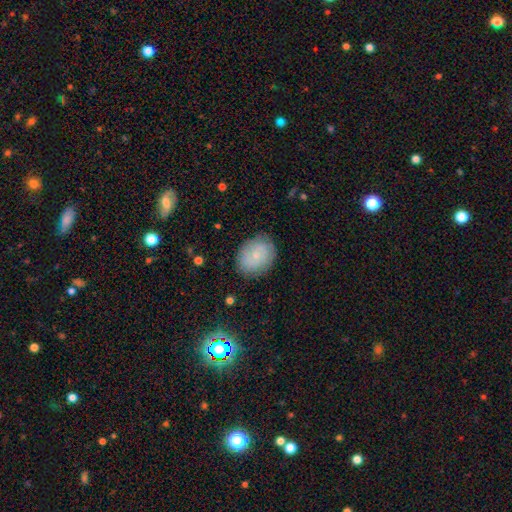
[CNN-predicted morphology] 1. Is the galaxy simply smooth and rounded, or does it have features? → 59% smooth, 31% featured or disk, 10% star or artifact.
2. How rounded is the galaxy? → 57% in between, 41% round, 1% cigar-shaped.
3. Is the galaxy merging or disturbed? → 80% none, 15% minor disturbance, 4% major disturbance, 1% merger.